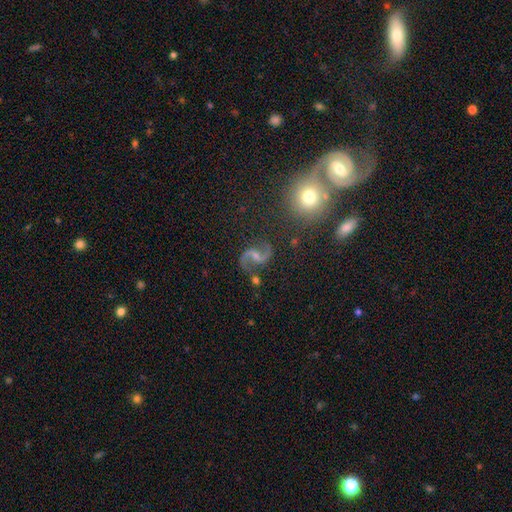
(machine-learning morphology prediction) The model was most divided on "bar": weak: 46%, no: 36%, strong: 18%. Remaining: edge-on disk — no (98%); spiral arms — yes (97%); spiral arm count — 2 (94%); smooth or featured — featured or disk (90%); merging — none (75%); spiral winding — loose (67%); bulge size — small (46%).